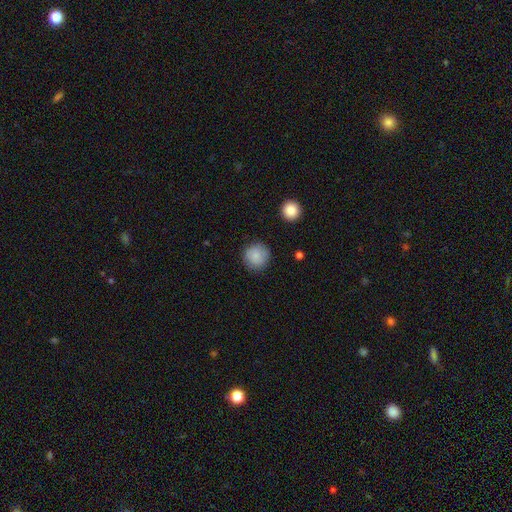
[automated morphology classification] Overall: smooth (85%). How rounded: round (93%). Merging: none (87%).